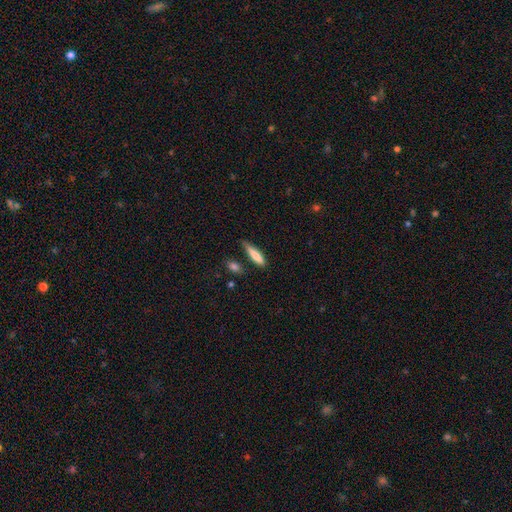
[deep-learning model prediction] Smooth or featured?
  - smooth: 80% *
  - featured or disk: 13%
  - star or artifact: 6%
How rounded?
  - cigar-shaped: 76% *
  - in between: 22%
  - round: 2%
Merging?
  - none: 62% *
  - minor disturbance: 28%
  - major disturbance: 6%
  - merger: 4%